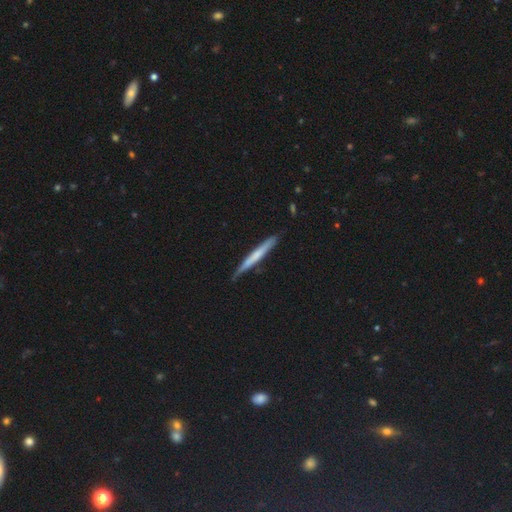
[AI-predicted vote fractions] This is possibly a smooth galaxy (51%). How rounded: clearly cigar-shaped (96%). Merging: likely none (79%).